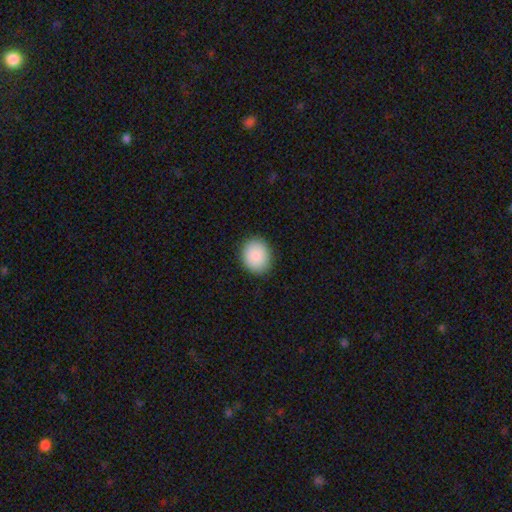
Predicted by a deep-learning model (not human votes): Morphology: type=smooth (89%); roundness=round (60%); merging=none (89%).